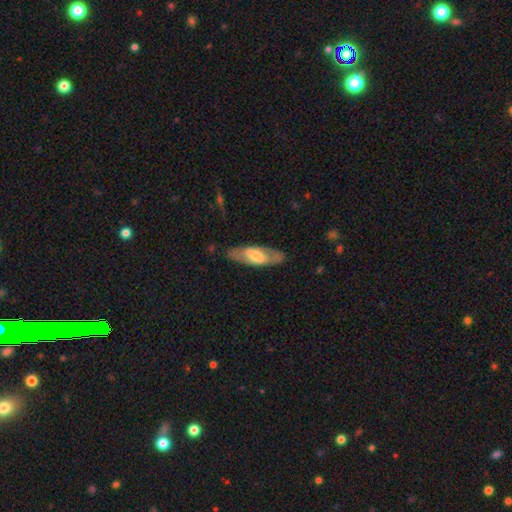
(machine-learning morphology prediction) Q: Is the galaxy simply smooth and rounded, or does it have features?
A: featured or disk — 50%.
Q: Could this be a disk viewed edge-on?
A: no — 70%.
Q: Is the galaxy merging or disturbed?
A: none — 80%.